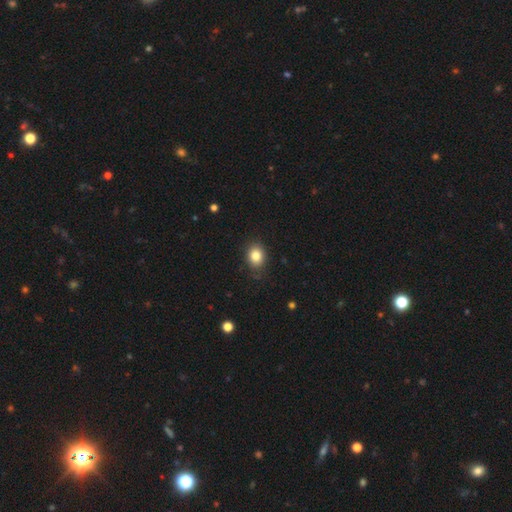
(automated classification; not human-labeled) This appears to be a smooth galaxy with no disk features (83%) that is round (51%). Merging: none (84%).